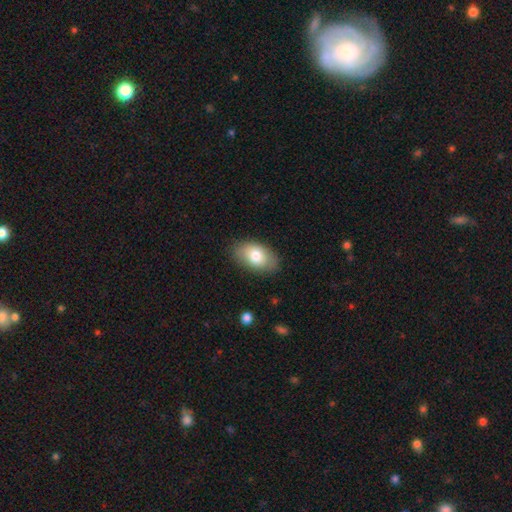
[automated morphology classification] smooth-or-featured: smooth: 77% | featured or disk: 16% | star or artifact: 7%
  how-rounded: in between: 91% | round: 7% | cigar-shaped: 1%
  merging: none: 82% | minor disturbance: 13% | major disturbance: 3% | merger: 1%